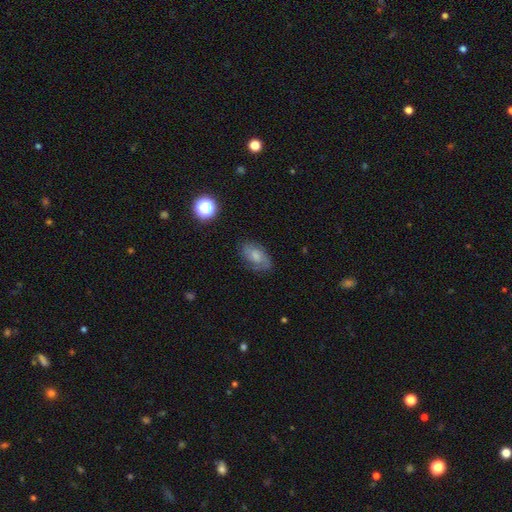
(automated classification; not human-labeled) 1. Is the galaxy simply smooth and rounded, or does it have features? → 51% smooth, 39% featured or disk, 10% star or artifact.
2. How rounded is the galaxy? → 89% in between, 9% round, 3% cigar-shaped.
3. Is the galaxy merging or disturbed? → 71% none, 21% minor disturbance, 7% major disturbance, 2% merger.